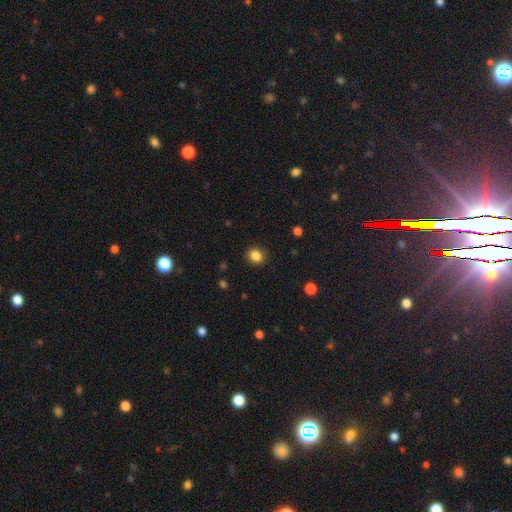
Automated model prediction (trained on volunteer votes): This is clearly a smooth galaxy (85%). How rounded: likely round (78%). Merging: clearly none (90%).